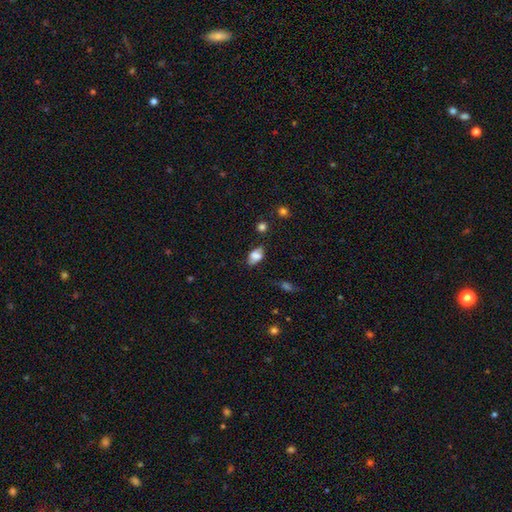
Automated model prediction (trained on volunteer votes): Morphology: type=smooth (71%); roundness=in between (86%); merging=none (63%).